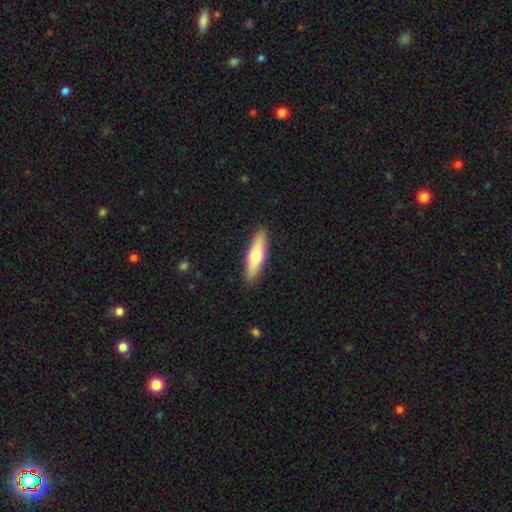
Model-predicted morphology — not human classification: smooth-or-featured: smooth: 58% | featured or disk: 37% | star or artifact: 5%
  how-rounded: cigar-shaped: 62% | in between: 35% | round: 2%
  merging: none: 90% | minor disturbance: 7% | major disturbance: 2% | merger: 1%